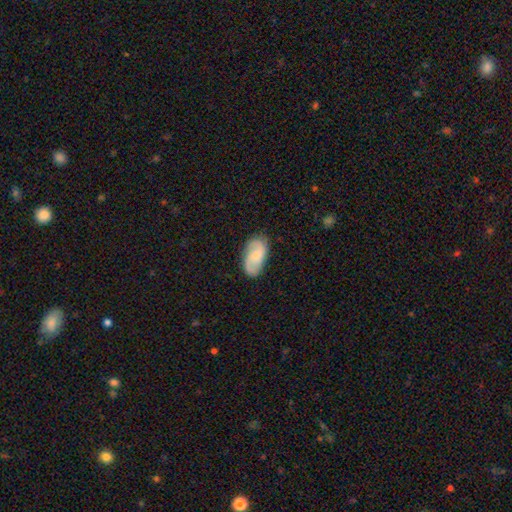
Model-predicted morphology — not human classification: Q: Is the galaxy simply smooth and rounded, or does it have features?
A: featured or disk — 58%.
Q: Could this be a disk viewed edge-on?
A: no — 96%.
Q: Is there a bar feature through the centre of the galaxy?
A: no — 61%.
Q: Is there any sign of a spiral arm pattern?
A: yes — 92%.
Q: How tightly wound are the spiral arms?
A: medium — 44%.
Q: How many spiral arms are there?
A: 2 — 84%.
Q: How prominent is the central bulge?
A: small — 58%.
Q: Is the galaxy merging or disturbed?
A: none — 78%.